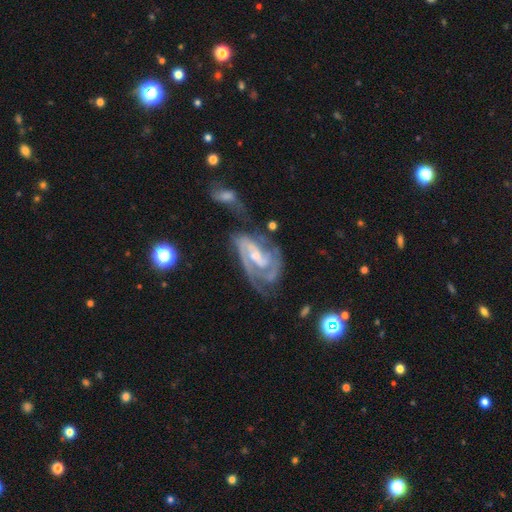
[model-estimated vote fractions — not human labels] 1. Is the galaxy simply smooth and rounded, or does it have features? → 89% featured or disk, 6% smooth, 5% star or artifact.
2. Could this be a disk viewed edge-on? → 96% no, 4% yes.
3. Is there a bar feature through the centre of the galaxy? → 47% weak, 34% no, 20% strong.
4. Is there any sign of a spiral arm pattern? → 96% yes, 4% no.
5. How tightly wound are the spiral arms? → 49% tight, 41% medium, 10% loose.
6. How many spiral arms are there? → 61% 2, 15% 3, 14% can't tell, 5% 1, 3% 4, 3% more than 4.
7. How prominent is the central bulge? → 49% small, 41% moderate, 6% none, 3% large, 1% dominant.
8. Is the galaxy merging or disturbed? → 42% none, 22% minor disturbance, 22% major disturbance, 14% merger.